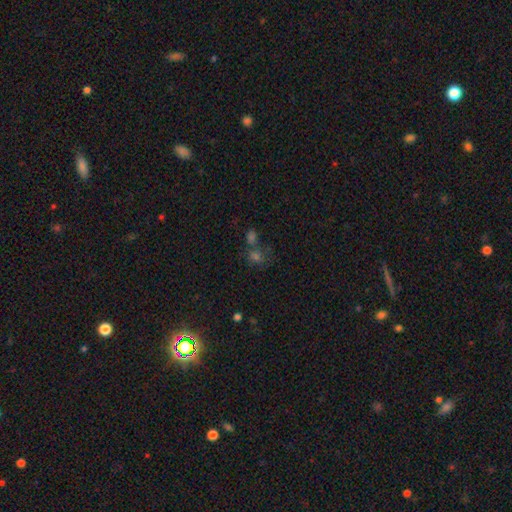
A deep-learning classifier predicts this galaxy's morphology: Overall: smooth (45%; star or artifact 42%). Merging: none (50%; merger 33%).